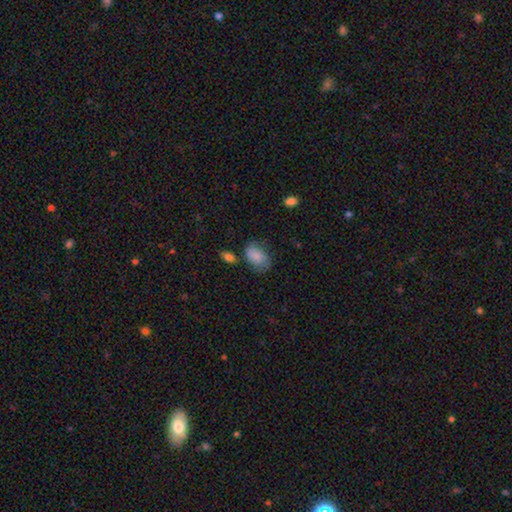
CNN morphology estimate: Smooth or featured? smooth (78%)
How rounded? in between (84%)
Merging? none (56%)